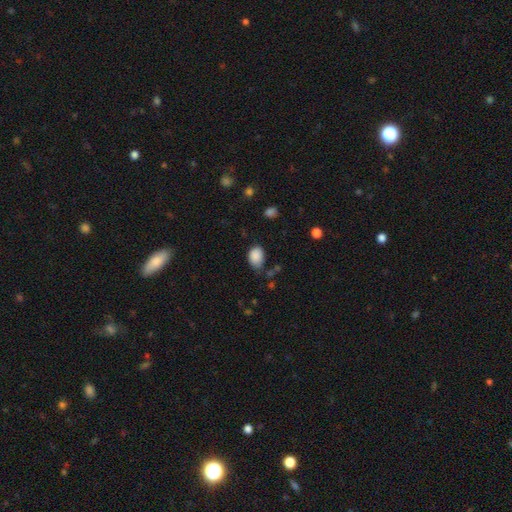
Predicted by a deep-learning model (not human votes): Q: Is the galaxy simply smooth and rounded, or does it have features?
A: smooth — 88%.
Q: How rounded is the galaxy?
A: in between — 76%.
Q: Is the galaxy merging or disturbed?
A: none — 60%.